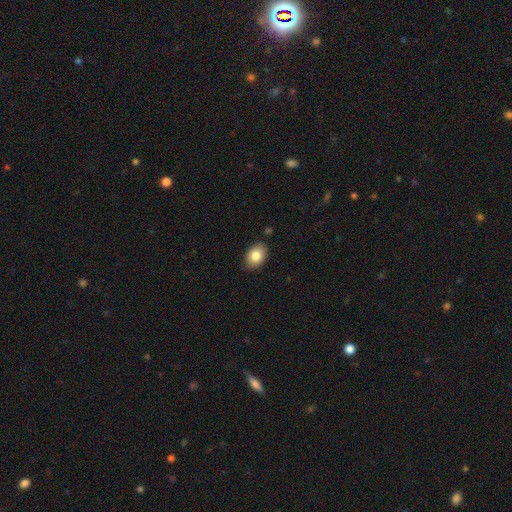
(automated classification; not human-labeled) Smooth or featured: smooth — 84% (featured or disk — 9%)
How rounded: in between — 80% (round — 19%)
Merging: none — 86% (minor disturbance — 10%)